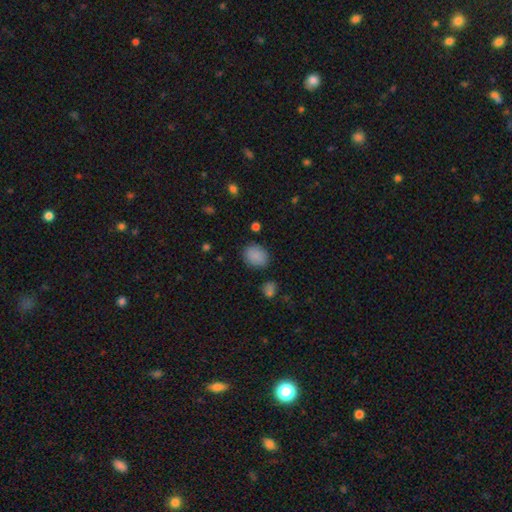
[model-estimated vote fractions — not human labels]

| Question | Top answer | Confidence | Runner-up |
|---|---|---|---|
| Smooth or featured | smooth | 86% | star or artifact (9%) |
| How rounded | in between | 50% | round (49%) |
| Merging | none | 82% | minor disturbance (12%) |